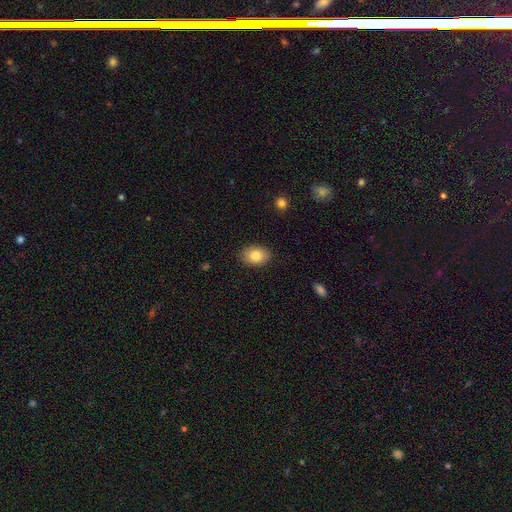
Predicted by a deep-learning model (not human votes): Smooth or featured?
  - smooth: 83% *
  - featured or disk: 9%
  - star or artifact: 8%
How rounded?
  - in between: 77% *
  - round: 22%
  - cigar-shaped: 1%
Merging?
  - none: 88% *
  - minor disturbance: 9%
  - major disturbance: 2%
  - merger: 1%